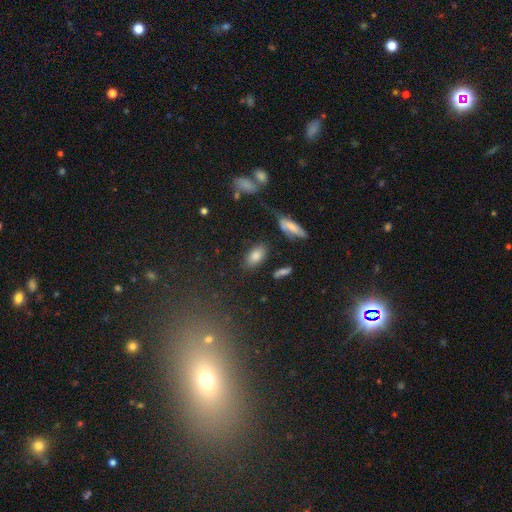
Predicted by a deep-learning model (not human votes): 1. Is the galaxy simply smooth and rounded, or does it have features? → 80% smooth, 11% star or artifact, 9% featured or disk.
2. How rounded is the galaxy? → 90% in between, 6% round, 4% cigar-shaped.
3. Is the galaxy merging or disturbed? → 80% none, 12% minor disturbance, 4% merger, 4% major disturbance.